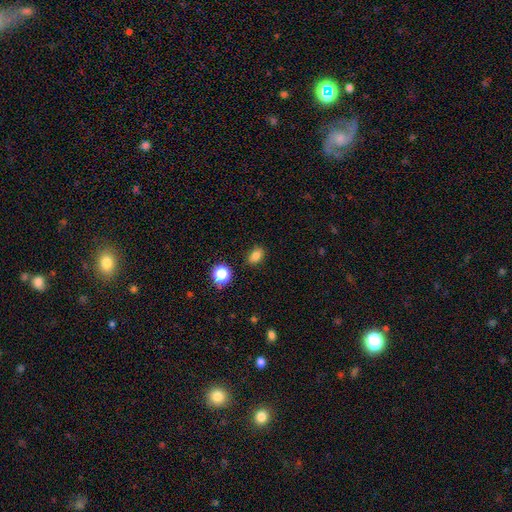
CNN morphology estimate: Smooth or featured? smooth (79%)
How rounded? in between (73%)
Merging? none (84%)